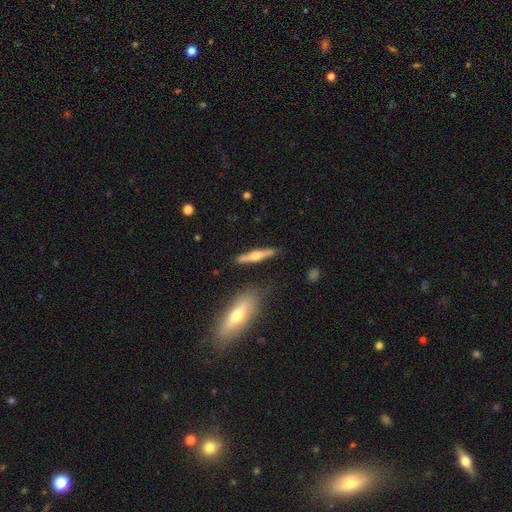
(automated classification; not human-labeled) A featured or disk galaxy (59%) viewed edge-on (96%) with a rounded central bulge (89%). Merging: none (84%).